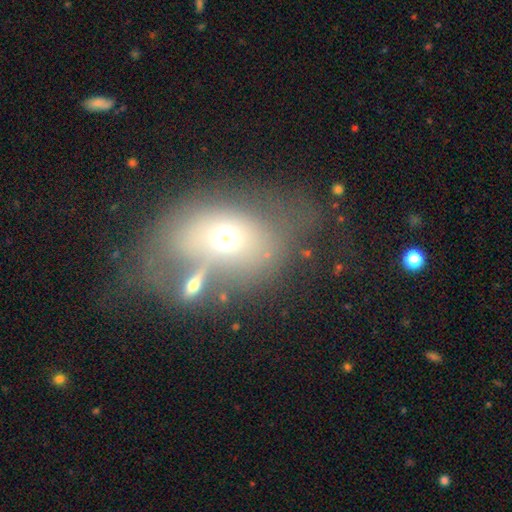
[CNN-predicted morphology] This appears to be a smooth galaxy with no disk features (57%) that is in between round and cigar-shaped (60%). Merging: merger (39%).